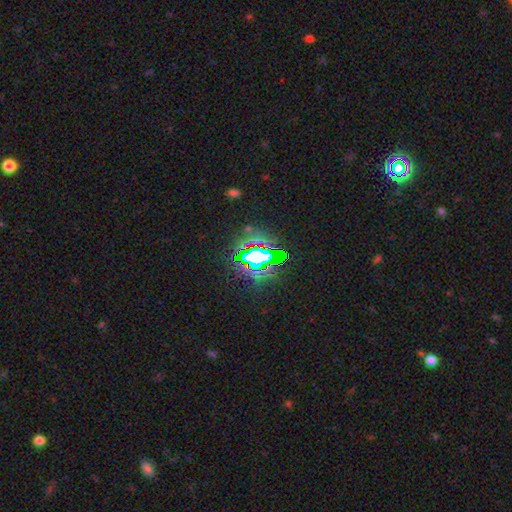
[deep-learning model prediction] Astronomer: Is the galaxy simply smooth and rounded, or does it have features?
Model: star or artifact — 71%.